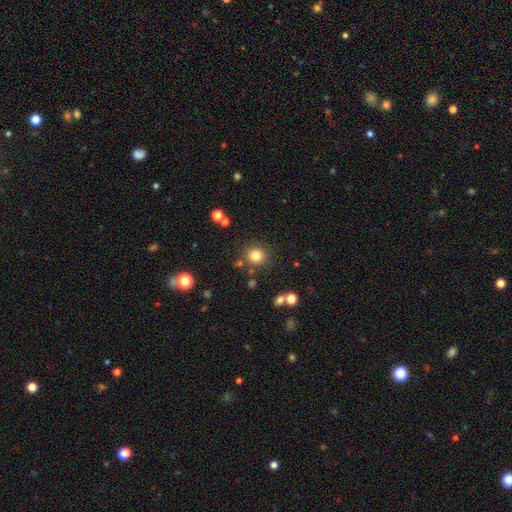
A smooth galaxy with no disk features (82%) that is round (94%). Merging: none (72%).